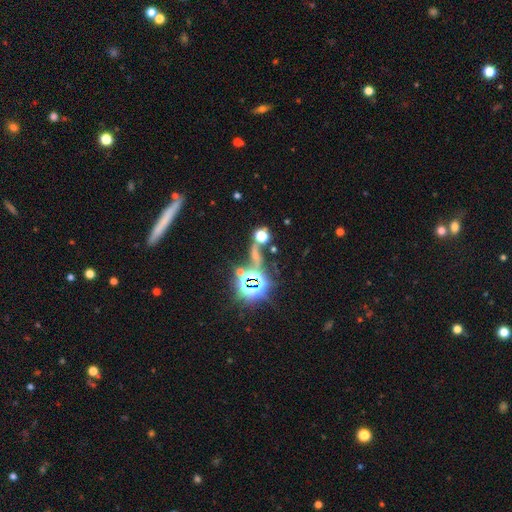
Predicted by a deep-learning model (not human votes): Morphology: type=star or artifact (58%).